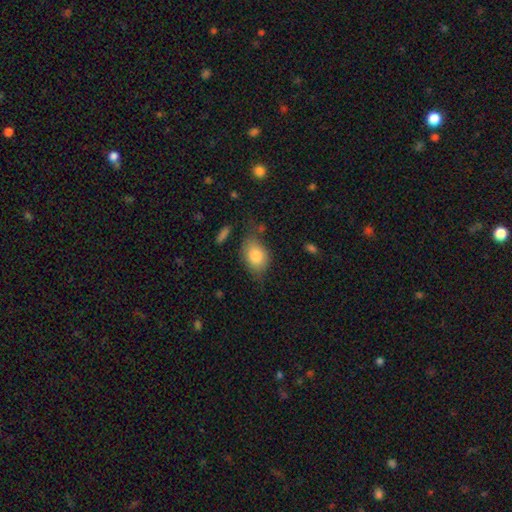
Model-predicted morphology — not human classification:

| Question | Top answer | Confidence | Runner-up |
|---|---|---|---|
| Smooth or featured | smooth | 81% | featured or disk (12%) |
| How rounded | in between | 76% | round (22%) |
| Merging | none | 61% | minor disturbance (27%) |